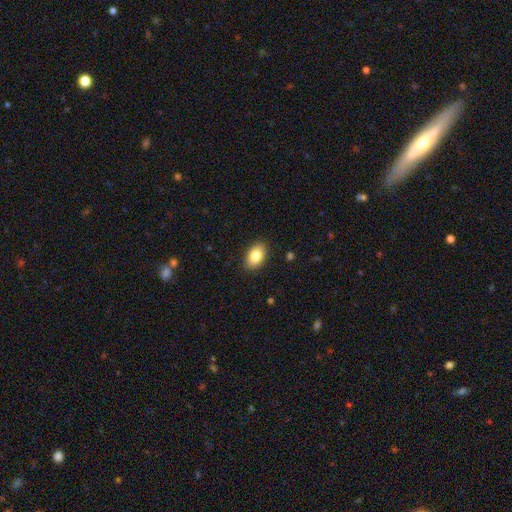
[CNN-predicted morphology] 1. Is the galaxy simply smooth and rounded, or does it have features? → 84% smooth, 9% featured or disk, 7% star or artifact.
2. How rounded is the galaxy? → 89% in between, 10% round, 1% cigar-shaped.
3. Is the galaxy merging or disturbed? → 88% none, 9% minor disturbance, 2% major disturbance, 1% merger.